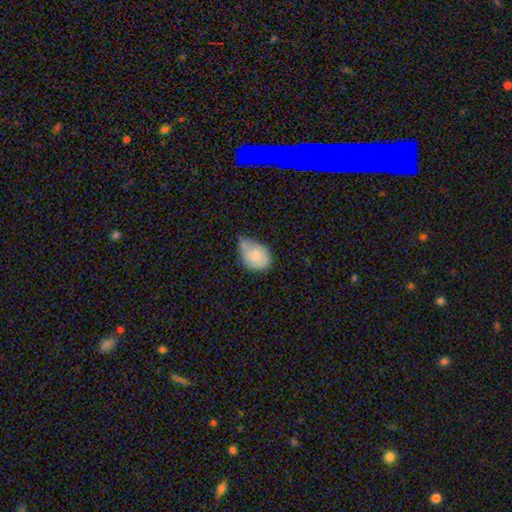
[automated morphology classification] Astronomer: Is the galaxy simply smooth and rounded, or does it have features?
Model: smooth — 68%.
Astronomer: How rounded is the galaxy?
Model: in between — 63%.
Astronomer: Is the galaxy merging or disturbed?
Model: minor disturbance — 51% (runner-up: none, 28%).